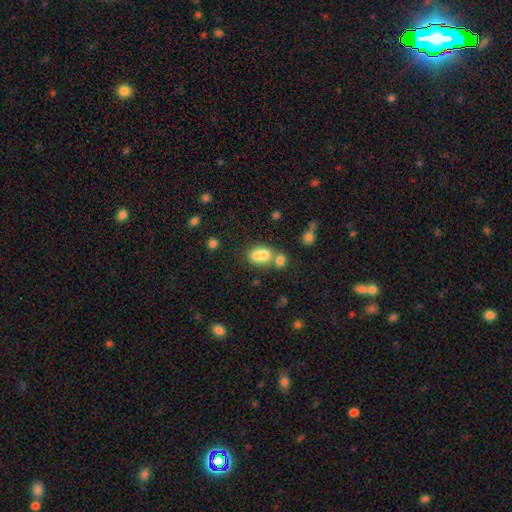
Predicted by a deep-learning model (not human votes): A smooth galaxy with no disk features (68%) that is in between round and cigar-shaped (64%). Merging: none (52%).